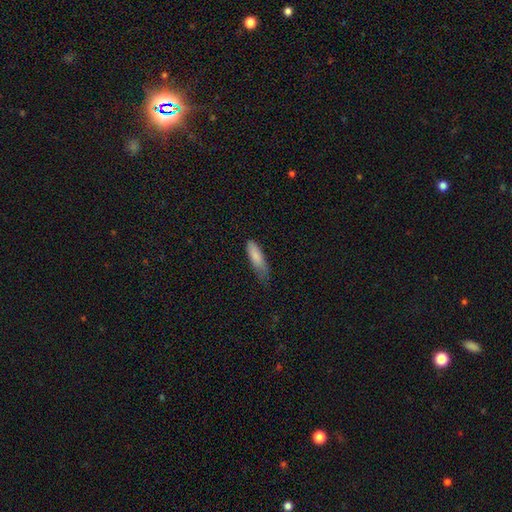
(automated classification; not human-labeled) smooth_or_featured: smooth (p=0.84) [alt: featured or disk p=0.10]
how_rounded: in between (p=0.50) [alt: cigar-shaped p=0.49]
merging: minor disturbance (p=0.44) [alt: none p=0.42]